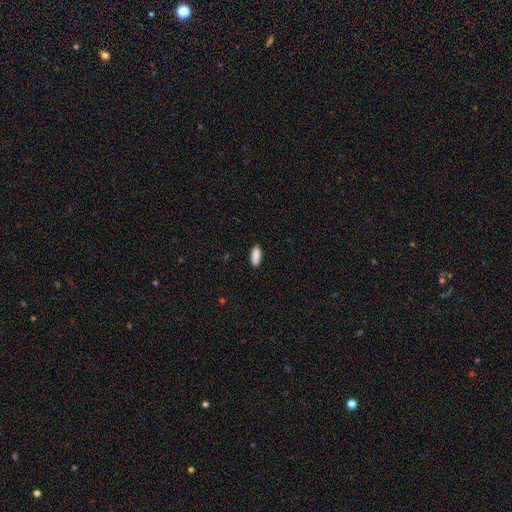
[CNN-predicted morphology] Smooth or featured?
  - smooth: 89% *
  - star or artifact: 7%
  - featured or disk: 4%
How rounded?
  - in between: 71% *
  - cigar-shaped: 27%
  - round: 2%
Merging?
  - none: 88% *
  - minor disturbance: 9%
  - major disturbance: 2%
  - merger: 1%